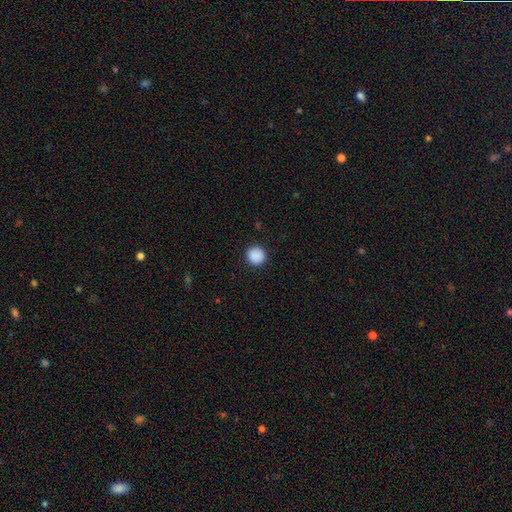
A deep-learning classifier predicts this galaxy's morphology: Smooth or featured? Predicted: smooth (p=0.89). How rounded? Predicted: round (p=0.93). Merging? Predicted: none (p=0.90).